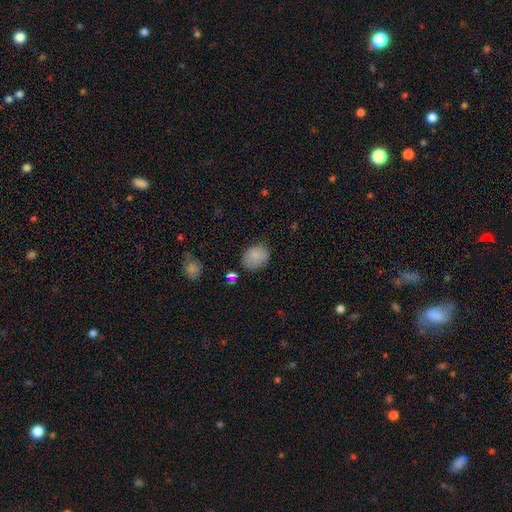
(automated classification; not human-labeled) Smooth or featured? Predicted: smooth (p=0.85). How rounded? Predicted: in between (p=0.52). Merging? Predicted: none (p=0.74).